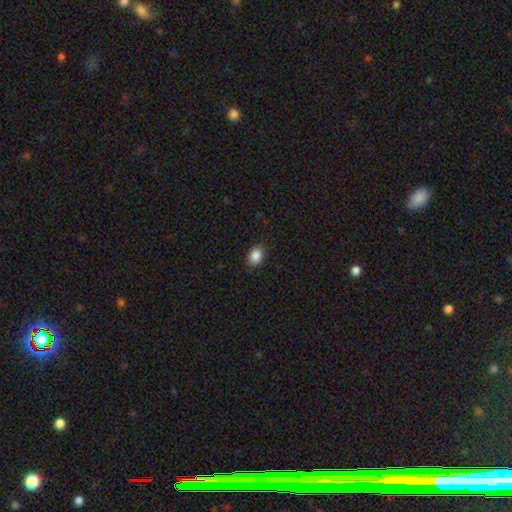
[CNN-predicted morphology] Smooth or featured: smooth — 87% (star or artifact — 9%)
How rounded: in between — 67% (round — 32%)
Merging: none — 88% (minor disturbance — 9%)